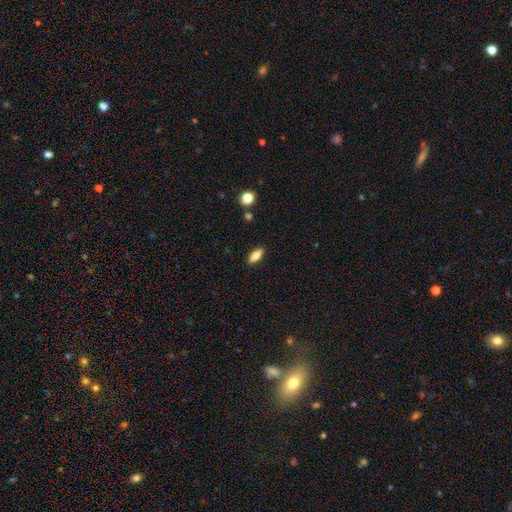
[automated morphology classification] Smooth or featured? smooth (77%)
How rounded? in between (74%)
Merging? none (89%)